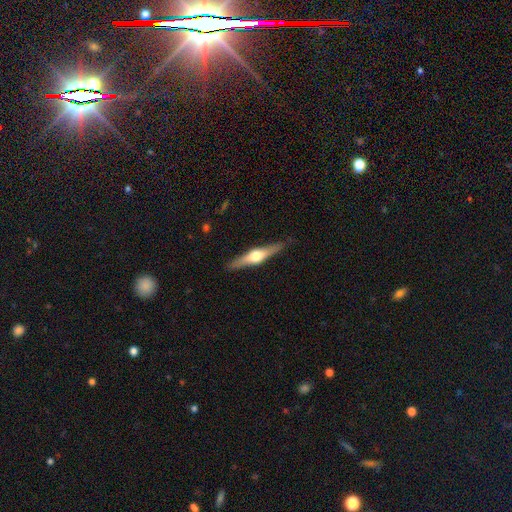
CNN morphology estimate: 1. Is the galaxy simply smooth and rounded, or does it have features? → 68% featured or disk, 27% smooth, 5% star or artifact.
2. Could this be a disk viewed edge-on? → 97% yes, 3% no.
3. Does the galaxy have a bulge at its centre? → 94% rounded, 4% boxy, 2% none.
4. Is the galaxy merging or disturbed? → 88% none, 9% minor disturbance, 2% major disturbance, 1% merger.